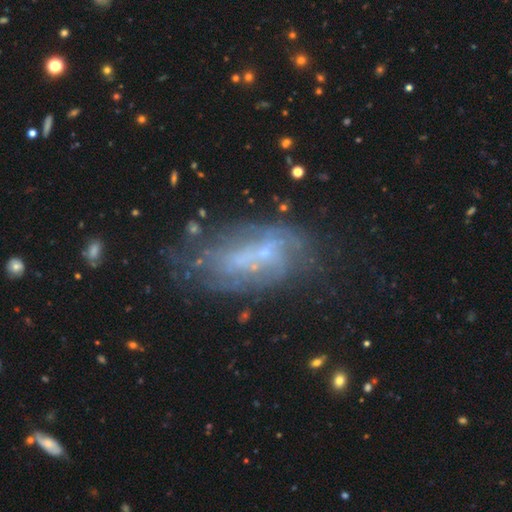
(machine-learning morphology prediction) This is possibly a featured or disk galaxy (59%). It is clearly not viewed edge-on (92%). Bar: likely no (69%). Spiral arm pattern: likely no (61%). Central bulge: possibly small (55%). Merging: possibly none (52%).